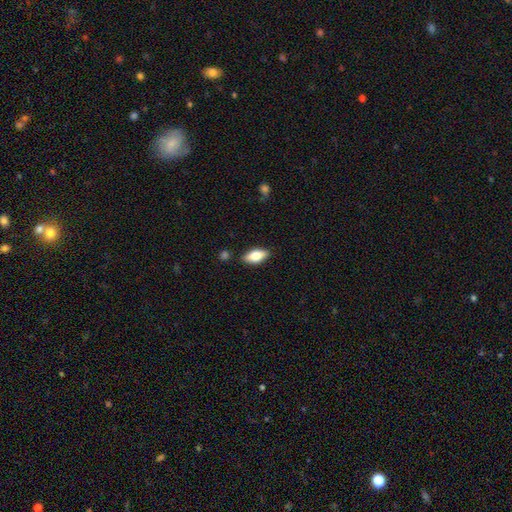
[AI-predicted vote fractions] smooth_or_featured: smooth (p=0.74) [alt: featured or disk p=0.19]
how_rounded: in between (p=0.84) [alt: cigar-shaped p=0.13]
merging: none (p=0.84) [alt: minor disturbance p=0.11]